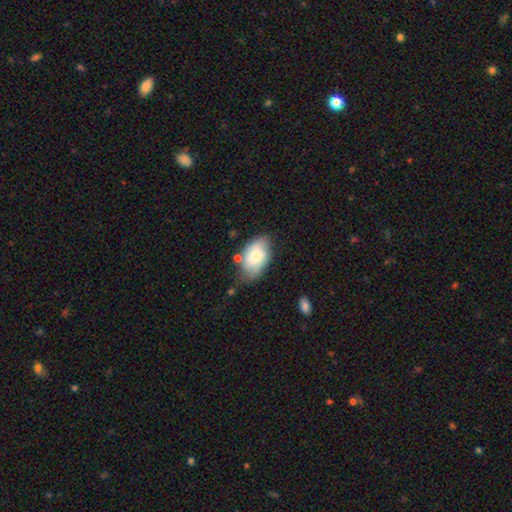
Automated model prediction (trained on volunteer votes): smooth-or-featured: smooth: 62% | featured or disk: 31% | star or artifact: 7%
  how-rounded: in between: 89% | round: 10% | cigar-shaped: 2%
  merging: none: 54% | minor disturbance: 30% | major disturbance: 9% | merger: 7%